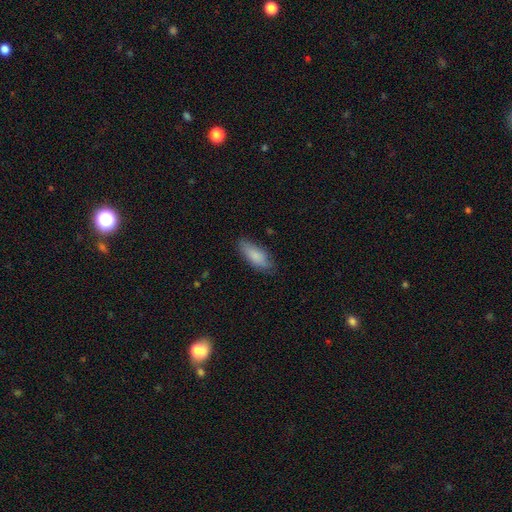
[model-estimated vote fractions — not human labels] The model was most divided on "how rounded": in between: 74%, cigar-shaped: 25%, round: 2%. More confident: smooth or featured — smooth (84%); merging — none (79%).